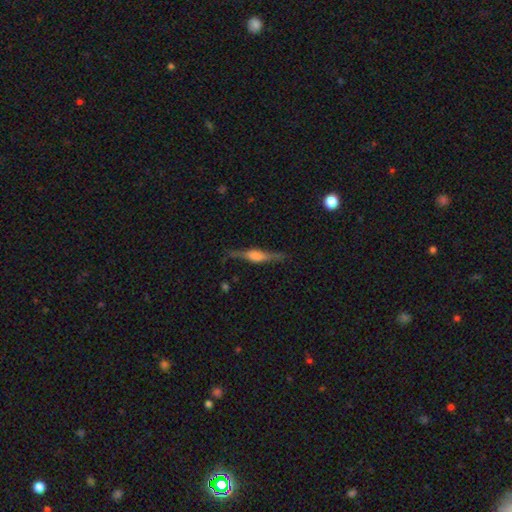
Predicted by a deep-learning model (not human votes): Smooth or featured?
  - featured or disk: 73% *
  - smooth: 20%
  - star or artifact: 7%
Edge-on disk?
  - yes: 96% *
  - no: 4%
Edge-on bulge?
  - rounded: 71% *
  - boxy: 25%
  - none: 4%
Merging?
  - none: 83% *
  - minor disturbance: 12%
  - major disturbance: 4%
  - merger: 2%